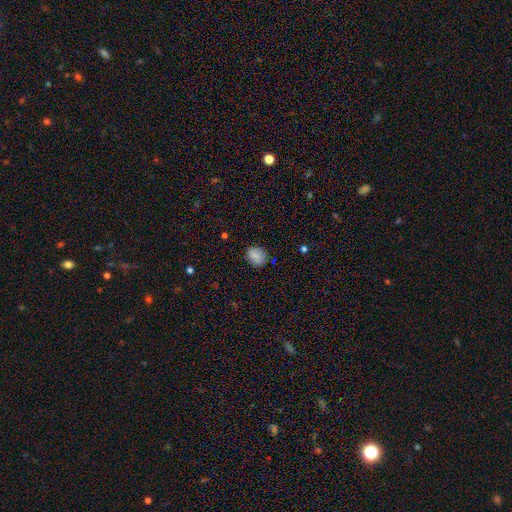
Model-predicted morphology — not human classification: Smooth or featured? smooth (83%)
How rounded? round (53%)
Merging? none (79%)